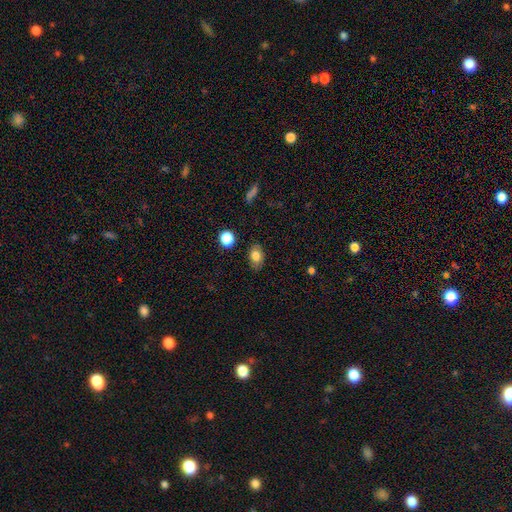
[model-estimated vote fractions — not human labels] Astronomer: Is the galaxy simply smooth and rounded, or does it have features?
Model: smooth — 80%.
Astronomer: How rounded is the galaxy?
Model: in between — 80%.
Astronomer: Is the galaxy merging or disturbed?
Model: none — 84%.